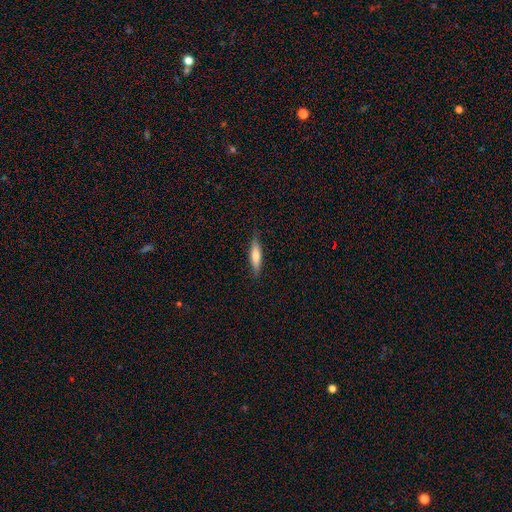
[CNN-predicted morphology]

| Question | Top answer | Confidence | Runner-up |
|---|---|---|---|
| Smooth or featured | smooth | 69% | featured or disk (25%) |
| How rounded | cigar-shaped | 75% | in between (24%) |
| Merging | none | 85% | minor disturbance (12%) |